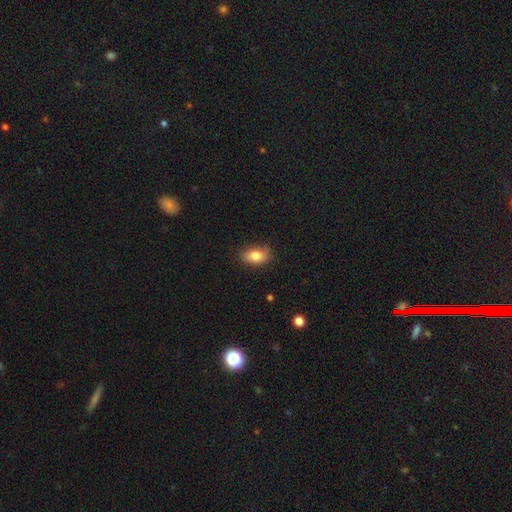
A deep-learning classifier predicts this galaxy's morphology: A smooth galaxy with no disk features (82%) that is in between round and cigar-shaped (87%).

Vote fractions:
- Smooth or featured? smooth: 82% / featured or disk: 10% / star or artifact: 8%
- How rounded? in between: 87% / round: 10% / cigar-shaped: 3%
- Merging? none: 74% / minor disturbance: 21% / major disturbance: 4% / merger: 2%